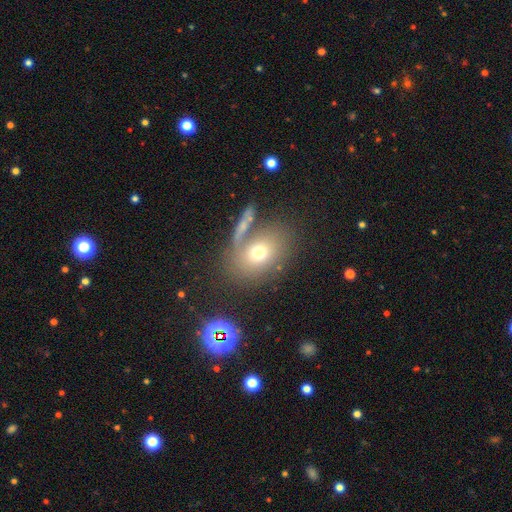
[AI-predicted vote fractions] smooth 63%, featured or disk 21%, star or artifact 16%. Down the decision tree: how rounded — in between (63%); merging — none (61%).